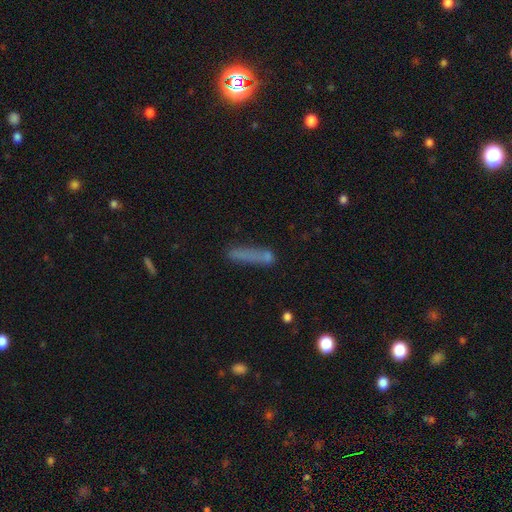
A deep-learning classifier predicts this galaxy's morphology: A smooth galaxy with no disk features (66%) that is cigar-shaped (86%). Merging: none (65%).